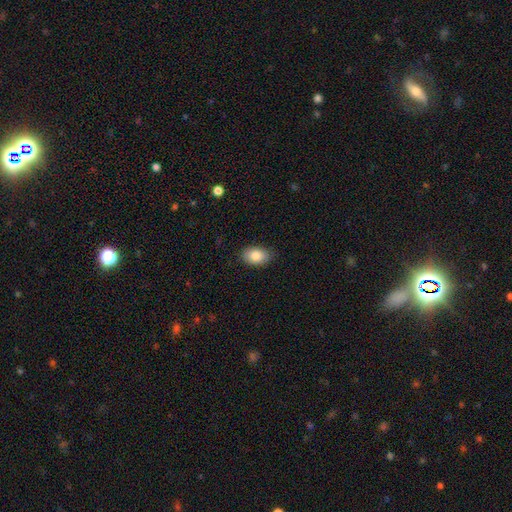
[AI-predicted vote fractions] This is clearly a smooth galaxy (85%). How rounded: clearly in between (88%). Merging: clearly none (84%).